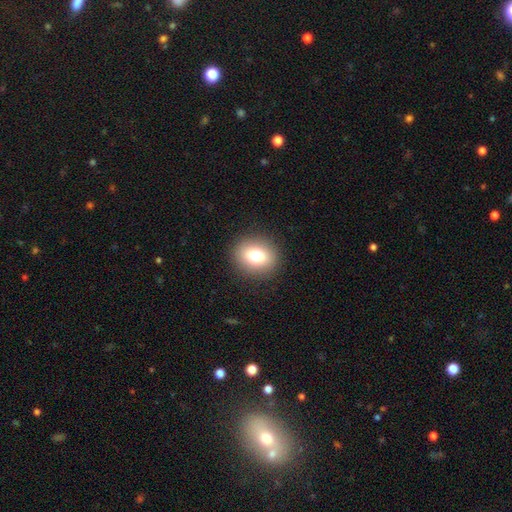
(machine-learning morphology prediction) This is likely a smooth galaxy (77%). How rounded: likely round (66%). Merging: clearly none (90%).